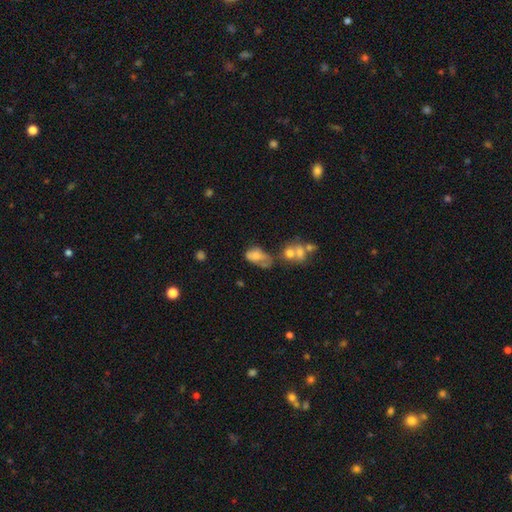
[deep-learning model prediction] Smooth or featured?
  - smooth: 60% *
  - featured or disk: 29%
  - star or artifact: 11%
How rounded?
  - in between: 82% *
  - round: 16%
  - cigar-shaped: 2%
Merging?
  - merger: 27% *
  - minor disturbance: 26%
  - major disturbance: 24%
  - none: 23%